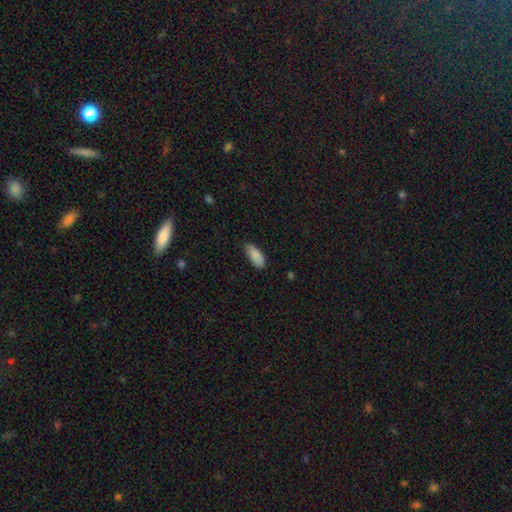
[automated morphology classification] Q: Smooth or featured?
A: smooth (88%); runner-up: star or artifact (6%)
Q: How rounded?
A: in between (82%); runner-up: cigar-shaped (16%)
Q: Merging?
A: none (77%); runner-up: minor disturbance (19%)